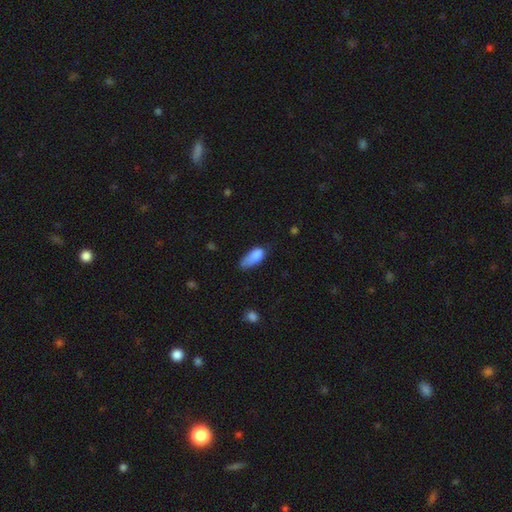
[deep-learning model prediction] Smooth or featured?
  - smooth: 80% *
  - featured or disk: 12%
  - star or artifact: 8%
How rounded?
  - in between: 83% *
  - cigar-shaped: 14%
  - round: 3%
Merging?
  - minor disturbance: 43% *
  - none: 34%
  - major disturbance: 19%
  - merger: 4%